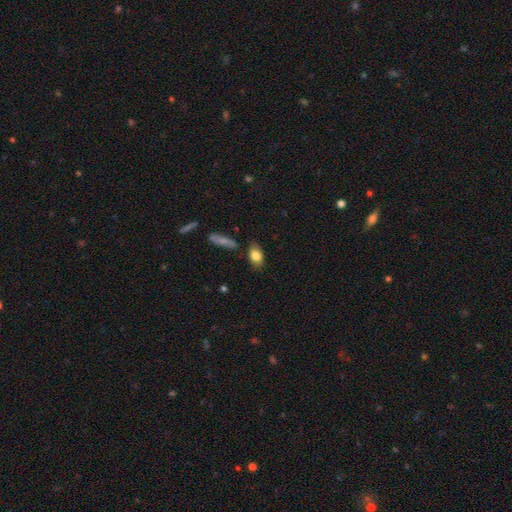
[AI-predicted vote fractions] The model was most divided on "merging": none: 78%, minor disturbance: 15%, merger: 4%, major disturbance: 3%. More confident: how rounded — in between (84%); smooth or featured — smooth (80%).